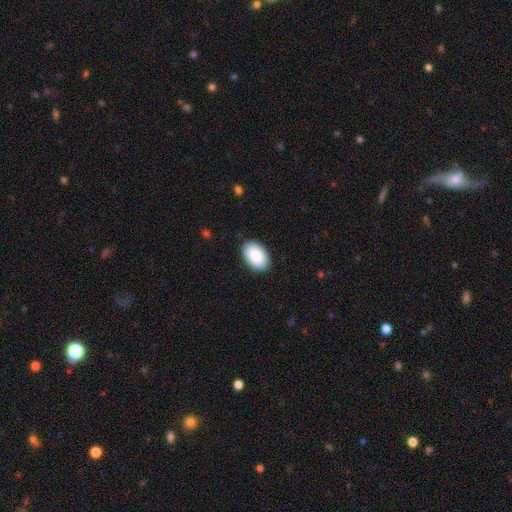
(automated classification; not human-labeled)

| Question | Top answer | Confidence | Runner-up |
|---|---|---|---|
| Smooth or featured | smooth | 87% | featured or disk (7%) |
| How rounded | in between | 91% | round (8%) |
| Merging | none | 89% | minor disturbance (8%) |